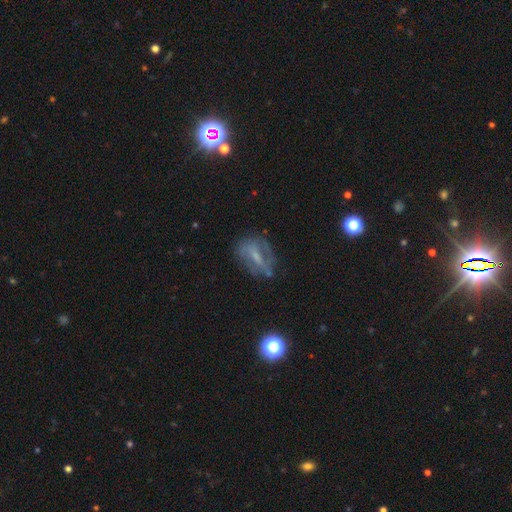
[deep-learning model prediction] This is possibly a featured or disk galaxy (58%). It is clearly not viewed edge-on (89%). Bar: marginally weak (41%). Spiral arm pattern: likely yes (61%). Central bulge: marginally small (40%). Merging: likely none (60%).